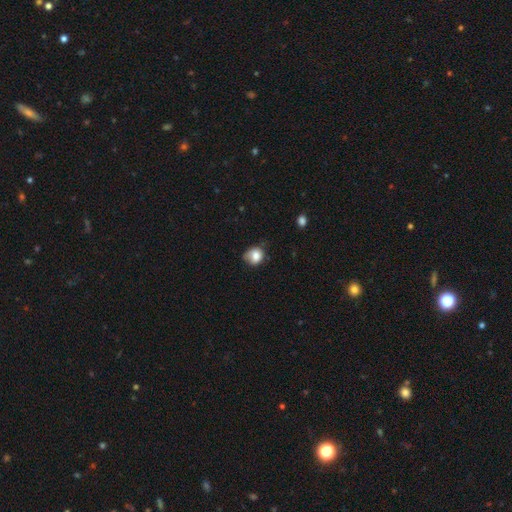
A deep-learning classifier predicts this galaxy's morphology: type=smooth (80%); roundness=round (64%); merging=none (45%).